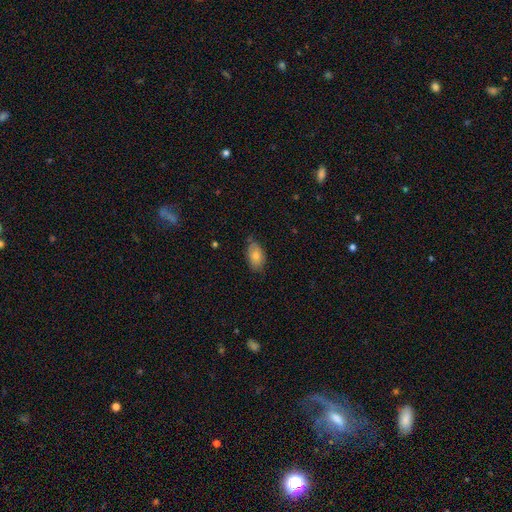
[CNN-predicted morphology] Smooth or featured? smooth (71%)
How rounded? in between (91%)
Merging? none (71%)